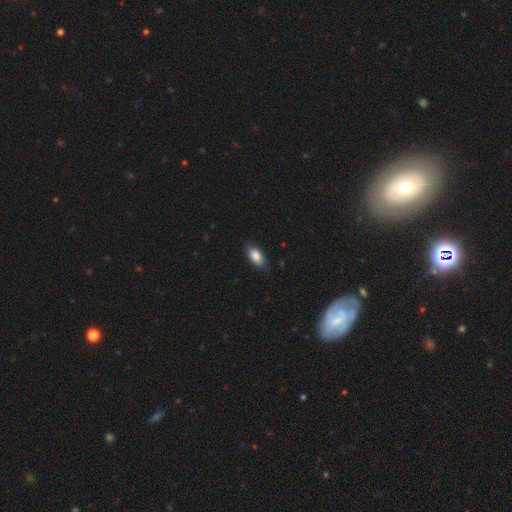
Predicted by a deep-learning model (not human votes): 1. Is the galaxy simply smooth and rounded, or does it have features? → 86% smooth, 7% featured or disk, 7% star or artifact.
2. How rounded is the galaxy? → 91% in between, 6% cigar-shaped, 3% round.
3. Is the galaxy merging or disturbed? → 82% none, 14% minor disturbance, 3% major disturbance, 1% merger.